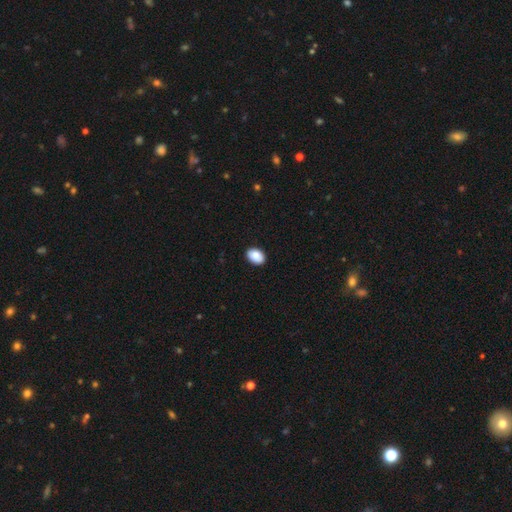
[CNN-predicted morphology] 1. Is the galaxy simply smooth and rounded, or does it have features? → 88% smooth, 7% star or artifact, 5% featured or disk.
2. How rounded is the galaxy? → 80% in between, 19% round, 1% cigar-shaped.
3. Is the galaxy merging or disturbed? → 89% none, 8% minor disturbance, 2% major disturbance, 1% merger.